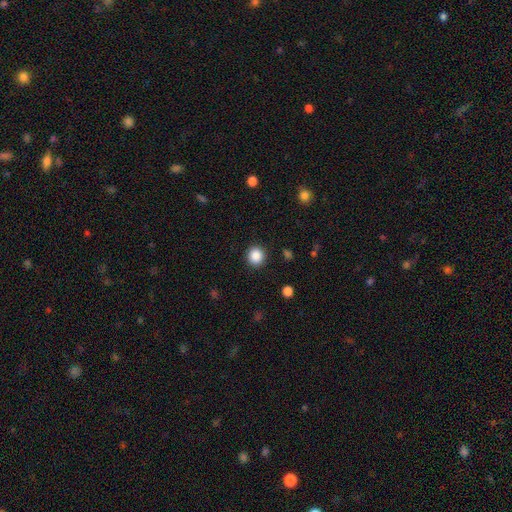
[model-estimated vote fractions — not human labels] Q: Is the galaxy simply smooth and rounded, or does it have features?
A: smooth — 87%.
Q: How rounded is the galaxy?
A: round — 91%.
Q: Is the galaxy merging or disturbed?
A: none — 91%.